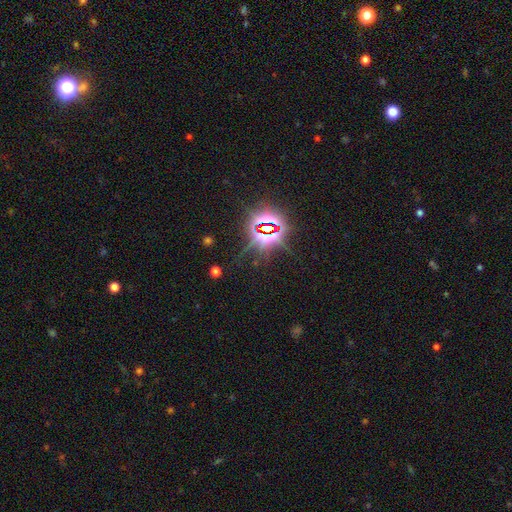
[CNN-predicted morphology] Overall: star or artifact (83%).